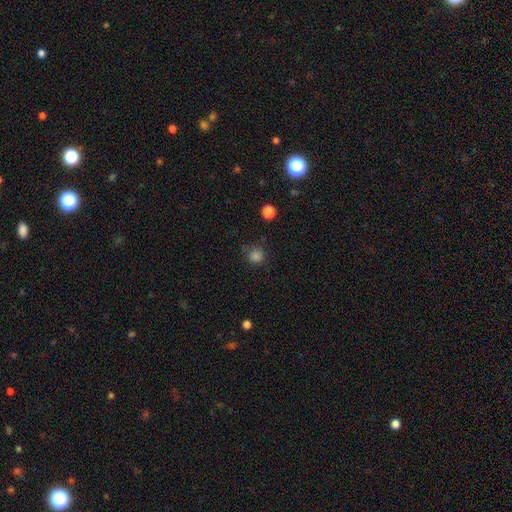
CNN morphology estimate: type=smooth (81%); roundness=round (91%); merging=none (74%).